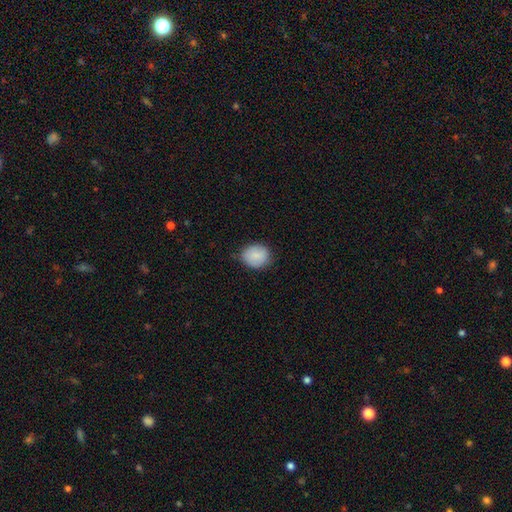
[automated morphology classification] Q: Smooth or featured?
A: smooth (85%); runner-up: featured or disk (8%)
Q: How rounded?
A: round (68%); runner-up: in between (31%)
Q: Merging?
A: none (75%); runner-up: minor disturbance (20%)